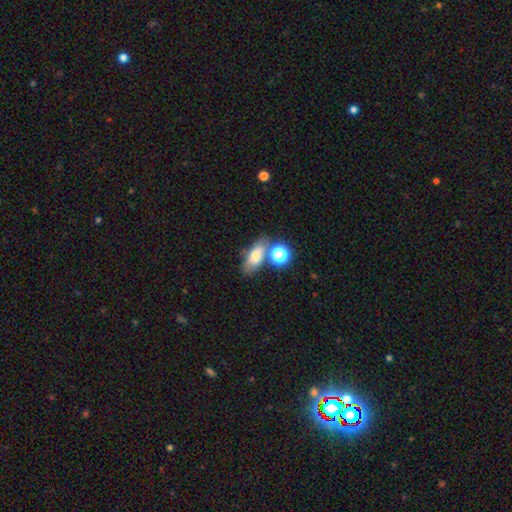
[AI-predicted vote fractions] Overall: smooth (67%). How rounded: in between (71%). Merging: none (55%; merger 23%).